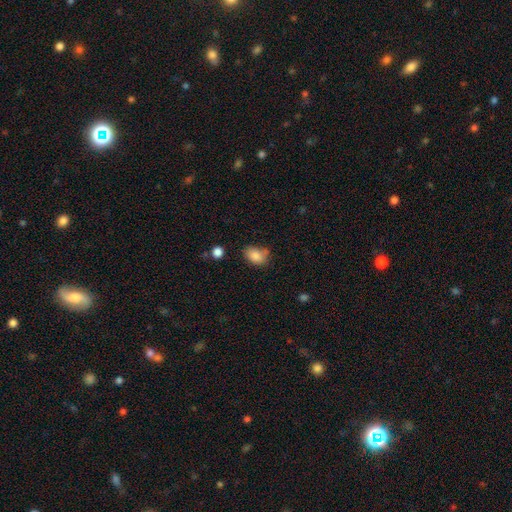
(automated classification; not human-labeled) Smooth or featured? Predicted: smooth (p=0.85). How rounded? Predicted: in between (p=0.77). Merging? Predicted: none (p=0.58).